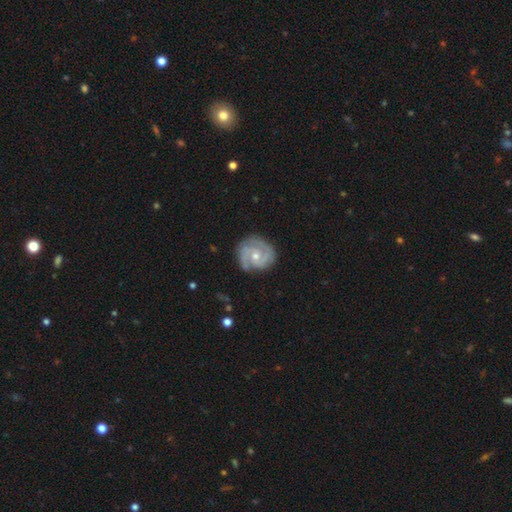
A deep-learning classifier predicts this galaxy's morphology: smooth_or_featured: featured or disk (p=0.88) [alt: smooth p=0.08]
disk_edge_on: no (p=0.98) [alt: yes p=0.02]
bar: no (p=0.62) [alt: weak p=0.32]
has_spiral_arms: yes (p=0.97) [alt: no p=0.03]
spiral_winding: tight (p=0.54) [alt: medium p=0.39]
spiral_arm_count: 2 (p=0.53) [alt: 3 p=0.29]
bulge_size: moderate (p=0.49) [alt: small p=0.48]
merging: none (p=0.77) [alt: minor disturbance p=0.17]